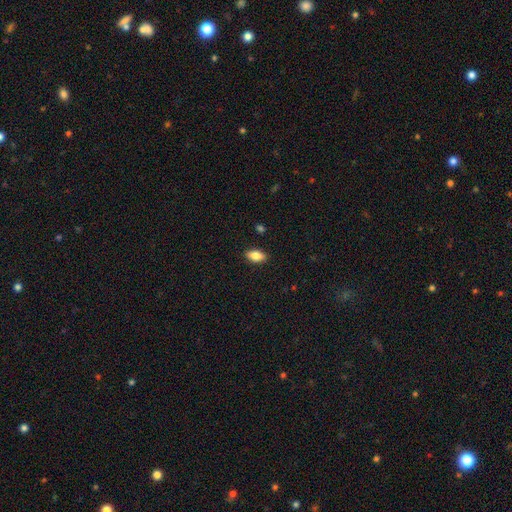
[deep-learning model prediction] Smooth or featured? Predicted: smooth (p=0.84). How rounded? Predicted: in between (p=0.91). Merging? Predicted: none (p=0.89).